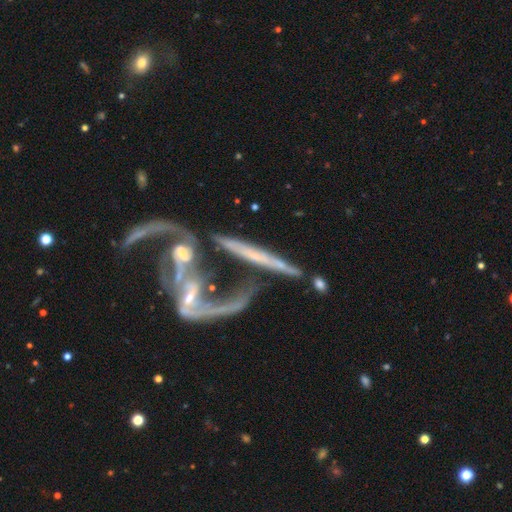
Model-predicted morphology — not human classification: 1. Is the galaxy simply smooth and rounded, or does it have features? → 73% featured or disk, 16% smooth, 11% star or artifact.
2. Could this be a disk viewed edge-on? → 66% no, 34% yes.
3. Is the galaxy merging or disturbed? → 56% merger, 20% major disturbance, 16% none, 8% minor disturbance.